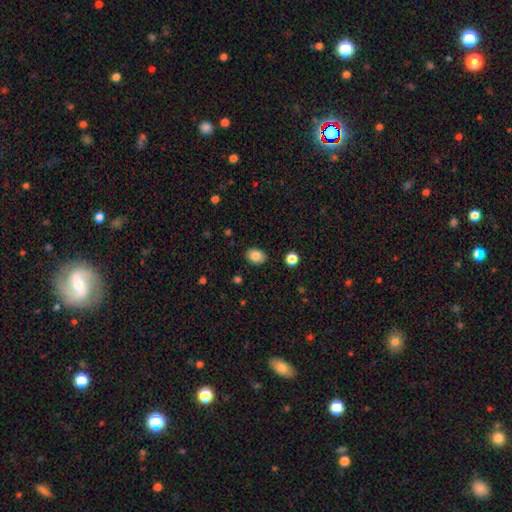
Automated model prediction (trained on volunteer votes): The model was most divided on "how rounded": in between: 65%, round: 34%, cigar-shaped: 1%. More confident: merging — none (86%); smooth or featured — smooth (83%).